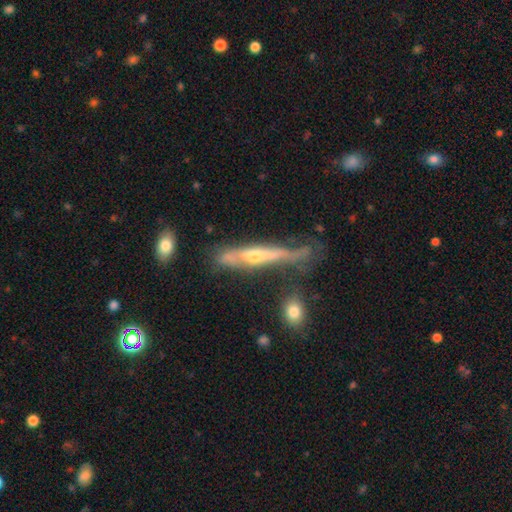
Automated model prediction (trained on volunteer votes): The model was most divided on "merging": none: 53%, minor disturbance: 26%, major disturbance: 11%, merger: 10%. More confident: edge-on disk — yes (91%); smooth or featured — featured or disk (72%); edge-on bulge — rounded (71%).